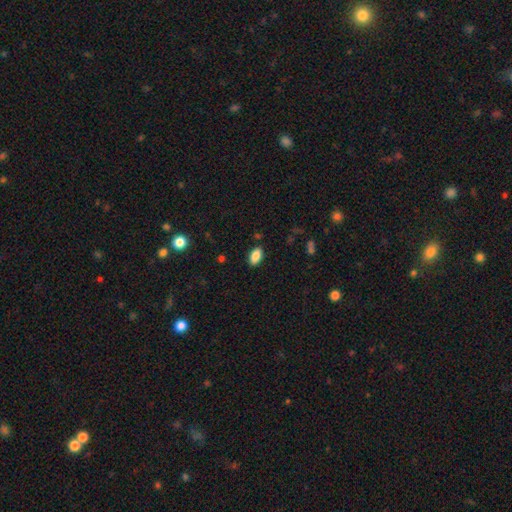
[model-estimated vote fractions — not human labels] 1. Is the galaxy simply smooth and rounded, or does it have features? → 87% smooth, 8% star or artifact, 5% featured or disk.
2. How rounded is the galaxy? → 92% in between, 4% round, 3% cigar-shaped.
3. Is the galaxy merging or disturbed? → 87% none, 9% minor disturbance, 2% major disturbance, 1% merger.